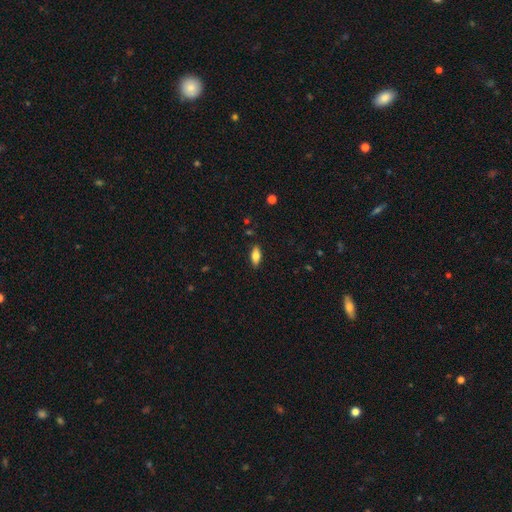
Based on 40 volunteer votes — Overall: smooth (75%). How rounded: in between (77%). Merging: none (89%).